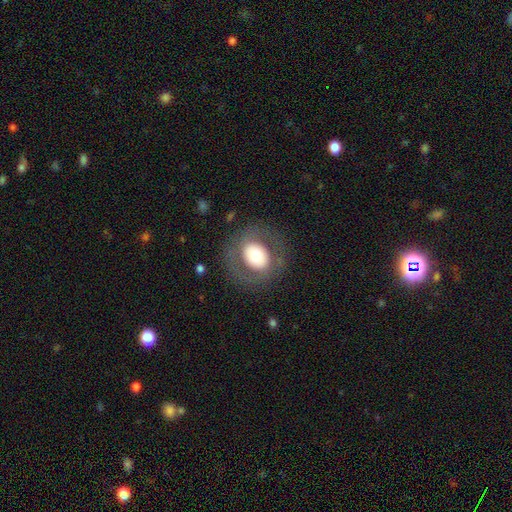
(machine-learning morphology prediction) Q: Smooth or featured?
A: smooth (55%); runner-up: featured or disk (37%)
Q: How rounded?
A: round (69%); runner-up: in between (30%)
Q: Merging?
A: none (79%); runner-up: minor disturbance (11%)